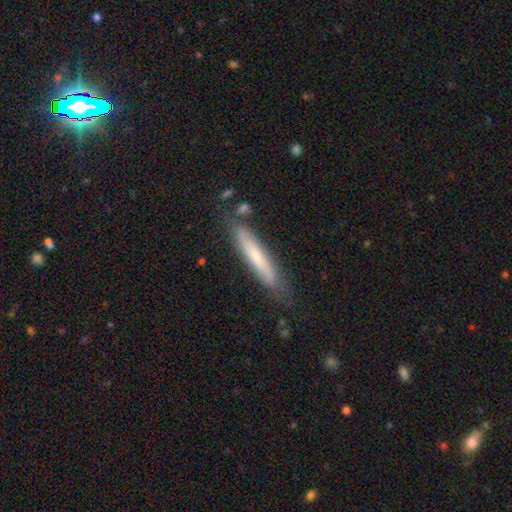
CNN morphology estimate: This appears to be a smooth galaxy with no disk features (60%) that is cigar-shaped (90%). Merging: none (73%).